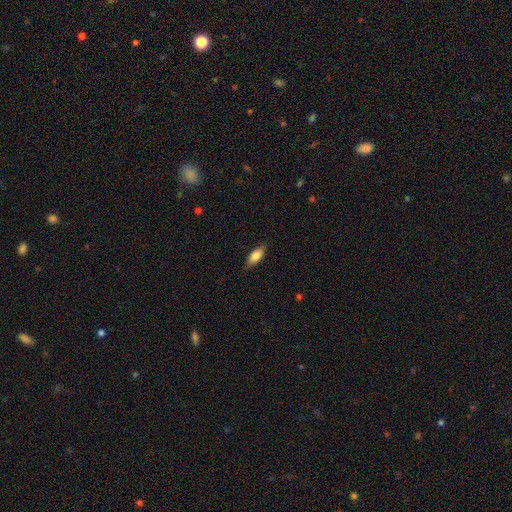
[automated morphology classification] Smooth or featured: smooth — 80% (featured or disk — 13%)
How rounded: in between — 80% (cigar-shaped — 18%)
Merging: none — 84% (minor disturbance — 13%)